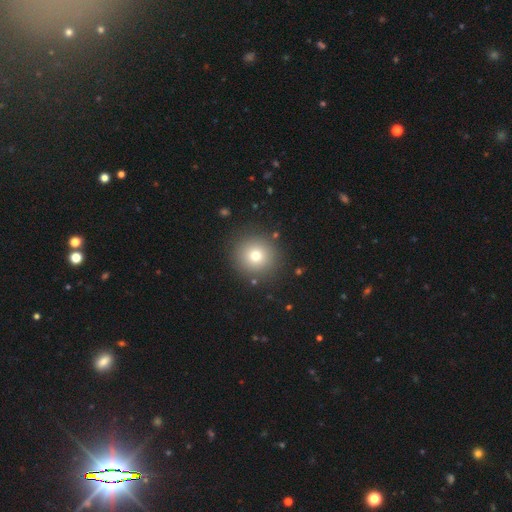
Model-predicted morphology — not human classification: Smooth or featured?
  - smooth: 74% *
  - star or artifact: 14%
  - featured or disk: 12%
How rounded?
  - round: 95% *
  - in between: 4%
  - cigar-shaped: 1%
Merging?
  - none: 89% *
  - minor disturbance: 7%
  - major disturbance: 3%
  - merger: 2%